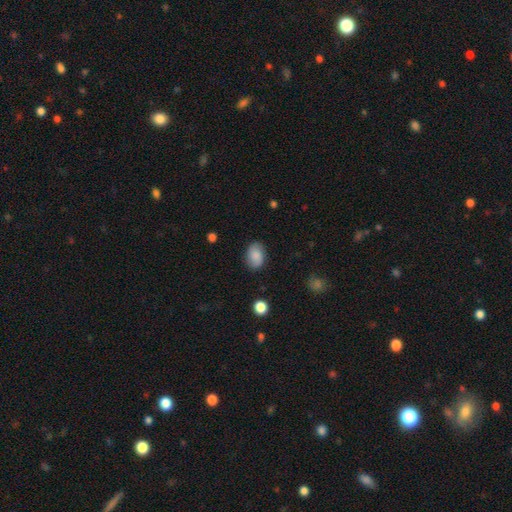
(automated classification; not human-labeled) Smooth or featured: smooth — 82% (featured or disk — 10%)
How rounded: in between — 81% (round — 18%)
Merging: none — 83% (minor disturbance — 13%)